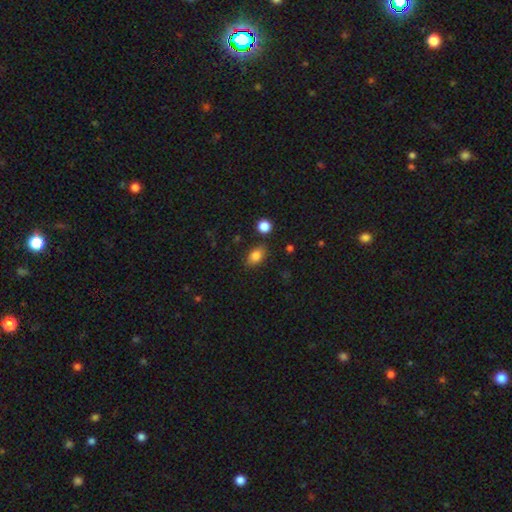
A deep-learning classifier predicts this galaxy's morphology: Smooth or featured? smooth (84%)
How rounded? in between (80%)
Merging? none (80%)